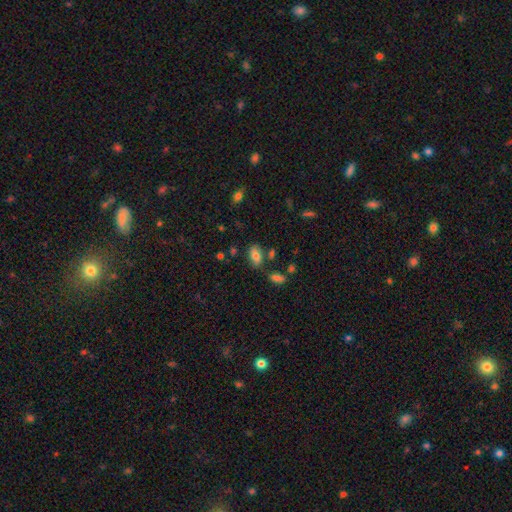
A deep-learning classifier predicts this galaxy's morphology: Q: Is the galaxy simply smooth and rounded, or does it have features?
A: smooth — 76%.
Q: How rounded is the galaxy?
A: in between — 90%.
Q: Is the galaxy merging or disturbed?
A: none — 73%.